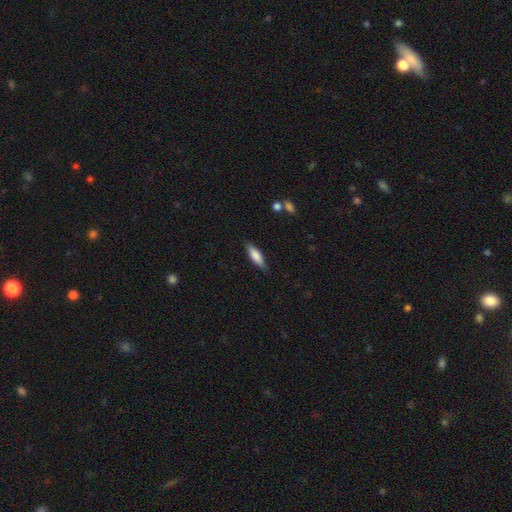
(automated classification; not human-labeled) This is likely a smooth galaxy (79%). How rounded: possibly cigar-shaped (51%). Merging: clearly none (83%).